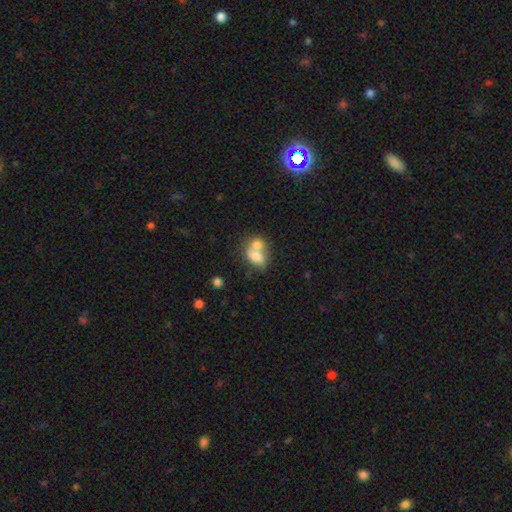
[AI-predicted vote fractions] Overall: smooth (71%). How rounded: in between (72%). Merging: merger (67%).